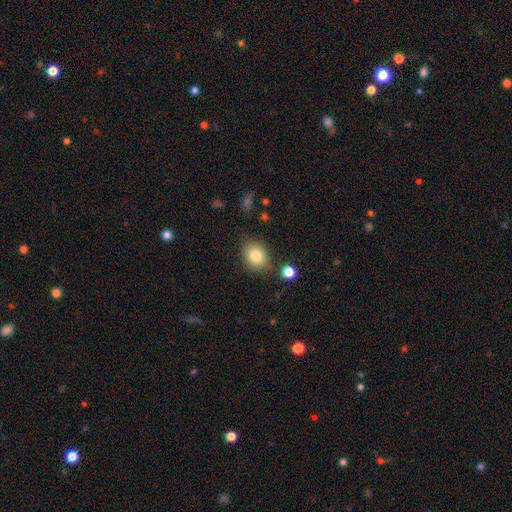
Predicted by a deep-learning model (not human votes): Smooth or featured: smooth — 82% (star or artifact — 9%)
How rounded: round — 53% (in between — 46%)
Merging: none — 79% (minor disturbance — 14%)